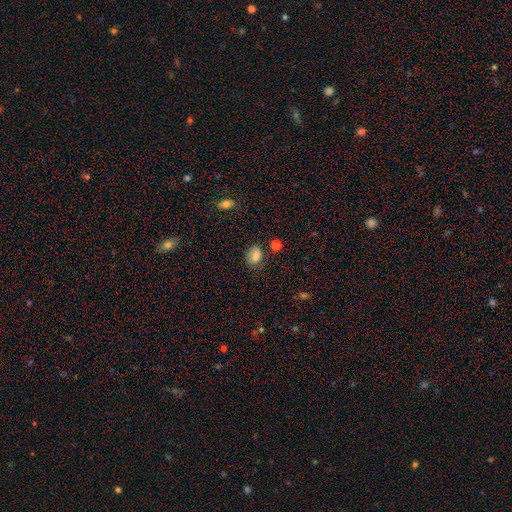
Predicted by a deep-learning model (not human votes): Smooth or featured: smooth — 79% (star or artifact — 11%)
How rounded: in between — 59% (round — 40%)
Merging: none — 71% (minor disturbance — 20%)